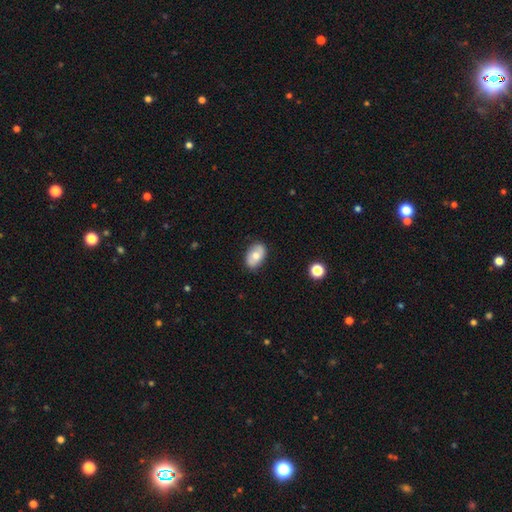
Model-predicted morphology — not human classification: Smooth or featured?
  - smooth: 66% *
  - featured or disk: 26%
  - star or artifact: 7%
How rounded?
  - in between: 87% *
  - round: 12%
  - cigar-shaped: 1%
Merging?
  - none: 82% *
  - minor disturbance: 14%
  - major disturbance: 3%
  - merger: 1%